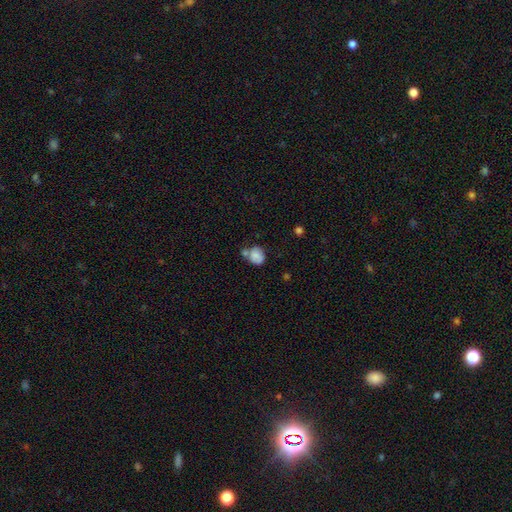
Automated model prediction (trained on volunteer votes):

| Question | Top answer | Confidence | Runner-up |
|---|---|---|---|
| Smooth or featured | smooth | 76% | featured or disk (15%) |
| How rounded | round | 59% | in between (40%) |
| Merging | none | 41% | merger (30%) |